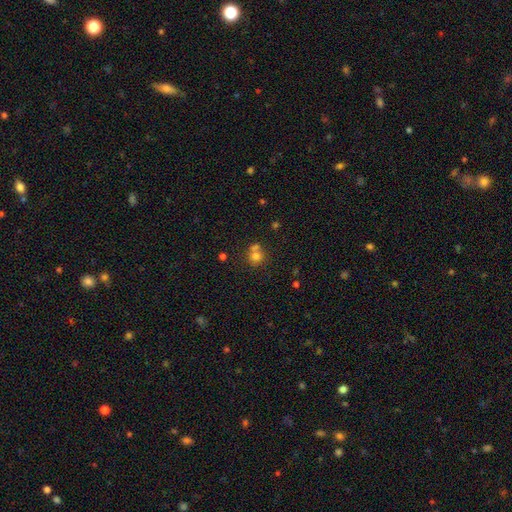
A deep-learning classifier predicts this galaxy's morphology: A smooth galaxy with no disk features (72%) that is round (82%).

Vote fractions:
- Smooth or featured? smooth: 72% / star or artifact: 15% / featured or disk: 13%
- How rounded? round: 82% / in between: 17% / cigar-shaped: 1%
- Merging? none: 47% / merger: 39% / minor disturbance: 10% / major disturbance: 4%